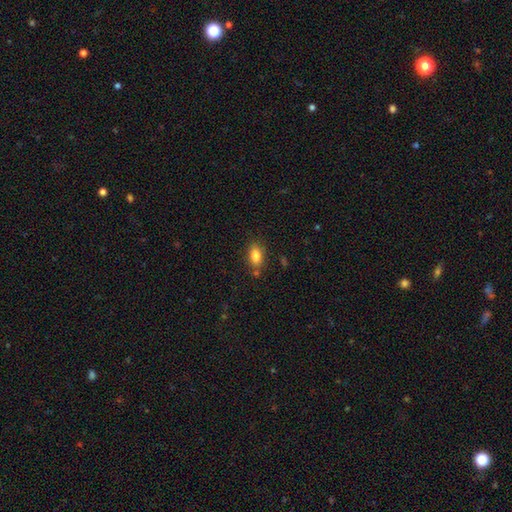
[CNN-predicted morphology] A smooth galaxy with no disk features (84%) that is in between round and cigar-shaped (88%). Merging: none (76%).